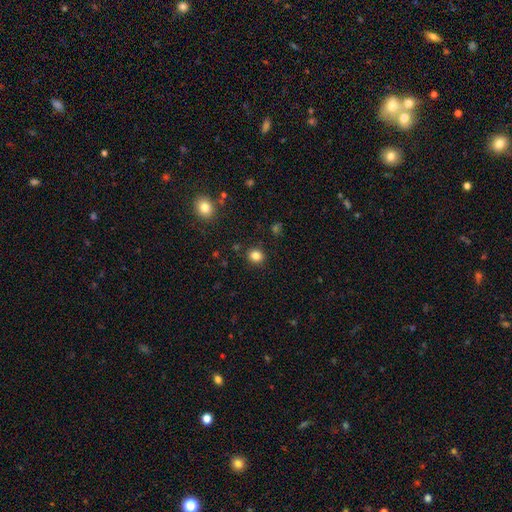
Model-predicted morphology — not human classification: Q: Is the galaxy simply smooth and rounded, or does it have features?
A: smooth — 84%.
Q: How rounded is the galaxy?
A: round — 77%.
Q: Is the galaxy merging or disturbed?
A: none — 89%.